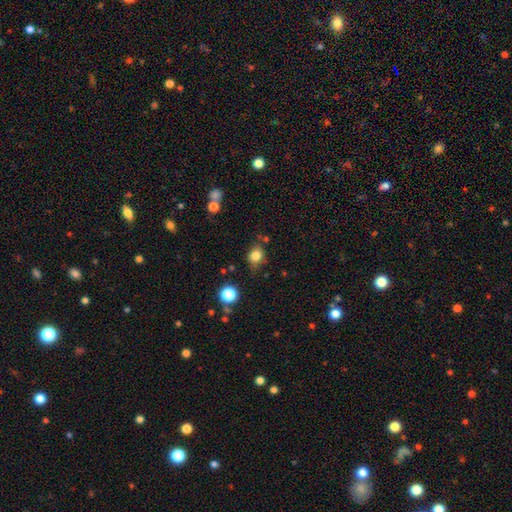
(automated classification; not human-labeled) Morphology: type=smooth (80%); roundness=round (57%); merging=none (64%).